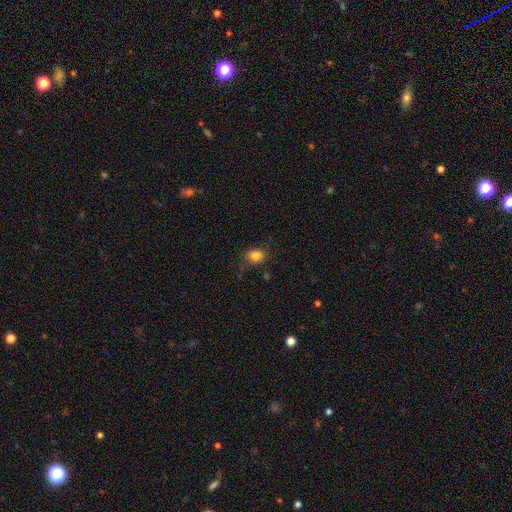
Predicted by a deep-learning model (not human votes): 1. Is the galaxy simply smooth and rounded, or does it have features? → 82% smooth, 12% star or artifact, 6% featured or disk.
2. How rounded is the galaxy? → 54% round, 45% in between, 1% cigar-shaped.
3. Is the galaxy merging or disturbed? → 76% none, 17% minor disturbance, 5% major disturbance, 2% merger.